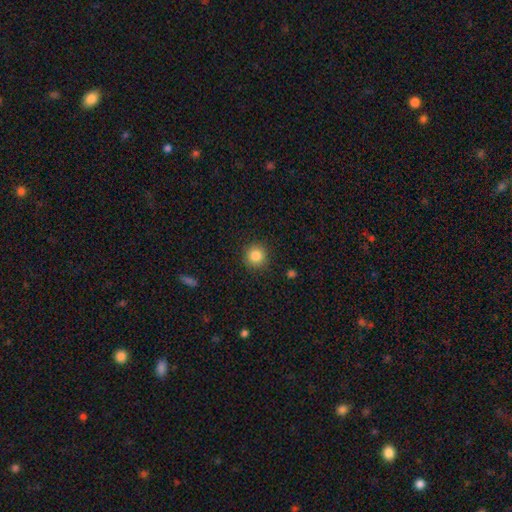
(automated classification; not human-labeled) smooth 85%, star or artifact 10%, featured or disk 5%. Down the decision tree: how rounded — round (94%); merging — none (90%).